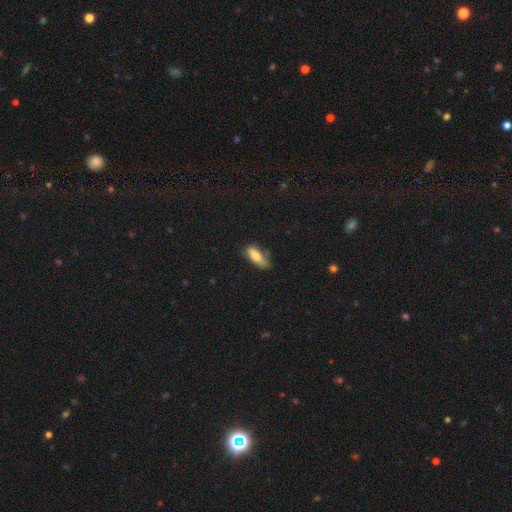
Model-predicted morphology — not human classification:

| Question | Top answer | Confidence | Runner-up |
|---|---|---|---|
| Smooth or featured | smooth | 82% | featured or disk (10%) |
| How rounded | in between | 69% | cigar-shaped (29%) |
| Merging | none | 59% | minor disturbance (31%) |